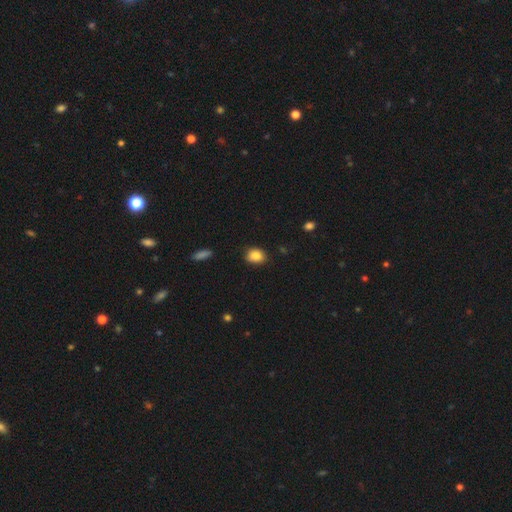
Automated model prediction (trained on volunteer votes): Morphology: type=smooth (86%); roundness=in between (57%); merging=none (82%).